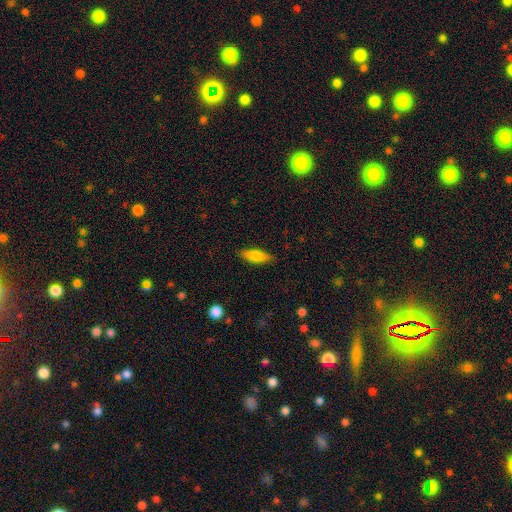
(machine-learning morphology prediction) Smooth or featured? smooth (79%)
How rounded? in between (56%)
Merging? none (86%)